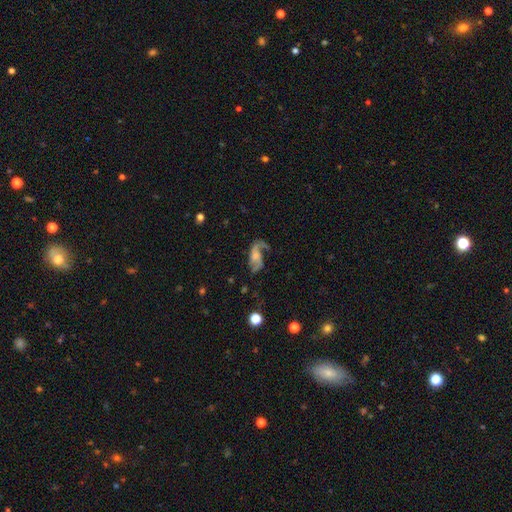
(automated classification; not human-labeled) Smooth or featured: featured or disk — 72% (smooth — 19%)
Edge-on disk: no — 95% (yes — 5%)
Bar: no — 57% (weak — 33%)
Spiral arms: yes — 88% (no — 12%)
Spiral winding: loose — 69% (medium — 25%)
Spiral arm count: 2 — 71% (1 — 19%)
Bulge size: none — 39% (small — 28%)
Merging: none — 40% (major disturbance — 34%)